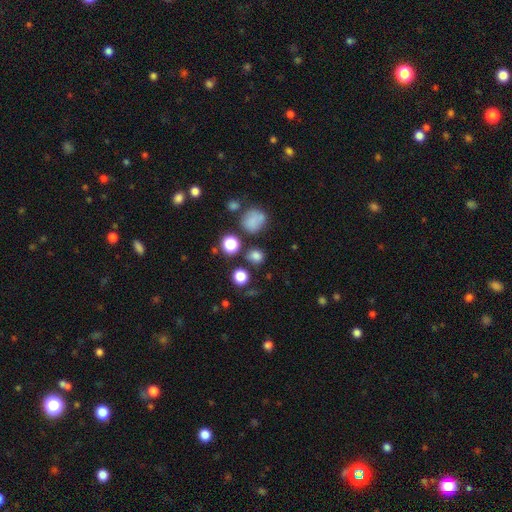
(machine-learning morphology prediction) A smooth galaxy with no disk features (76%) that is round (79%).

Vote fractions:
- Smooth or featured? smooth: 76% / star or artifact: 18% / featured or disk: 6%
- How rounded? round: 79% / in between: 20% / cigar-shaped: 1%
- Merging? none: 77% / minor disturbance: 11% / merger: 8% / major disturbance: 4%